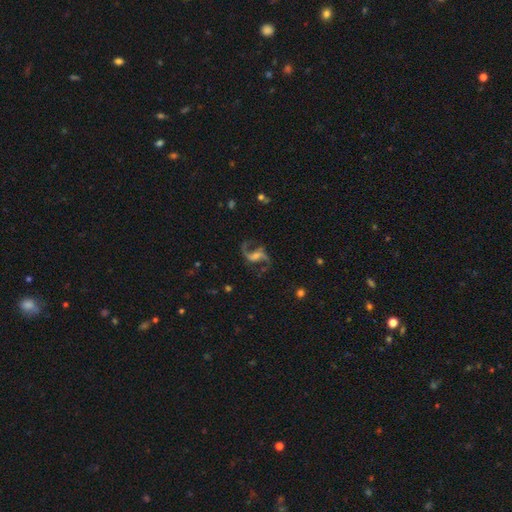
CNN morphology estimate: A featured or disk galaxy (87%) with a weak bar (45%), 2 (91%) loose (73%) spiral arms (96%) and a small central bulge (33%). Merging: none (70%).